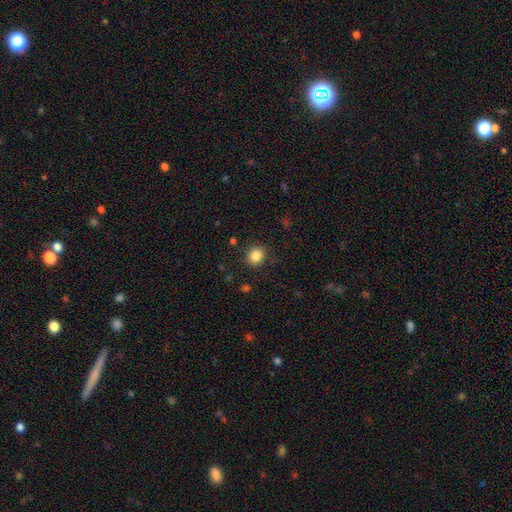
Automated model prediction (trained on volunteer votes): Smooth or featured? Predicted: smooth (p=0.85). How rounded? Predicted: round (p=0.84). Merging? Predicted: none (p=0.88).